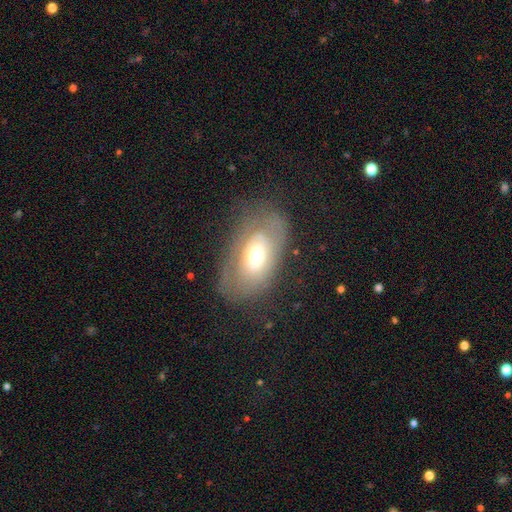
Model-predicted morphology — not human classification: A featured or disk galaxy (53%).

Vote fractions:
- Smooth or featured? featured or disk: 53% / smooth: 39% / star or artifact: 8%
- Edge-on disk? no: 90% / yes: 10%
- Merging? none: 67% / minor disturbance: 21% / major disturbance: 11% / merger: 1%